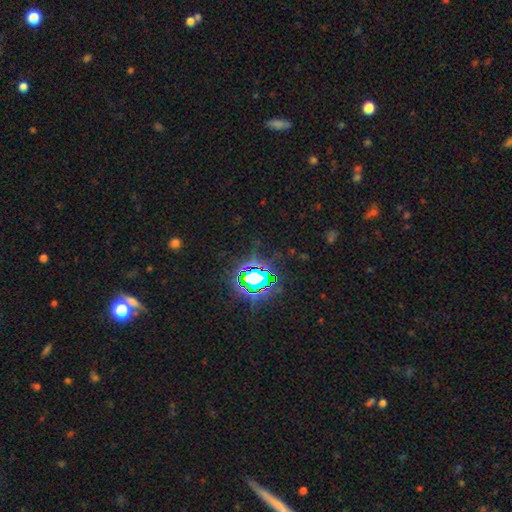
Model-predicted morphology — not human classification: Smooth or featured? Predicted: star or artifact (p=0.80).